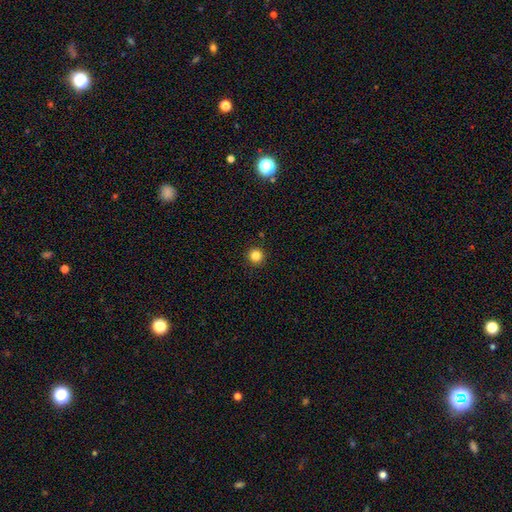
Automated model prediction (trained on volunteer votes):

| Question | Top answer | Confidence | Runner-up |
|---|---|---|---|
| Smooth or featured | smooth | 83% | star or artifact (13%) |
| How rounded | round | 96% | in between (3%) |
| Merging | none | 93% | minor disturbance (4%) |